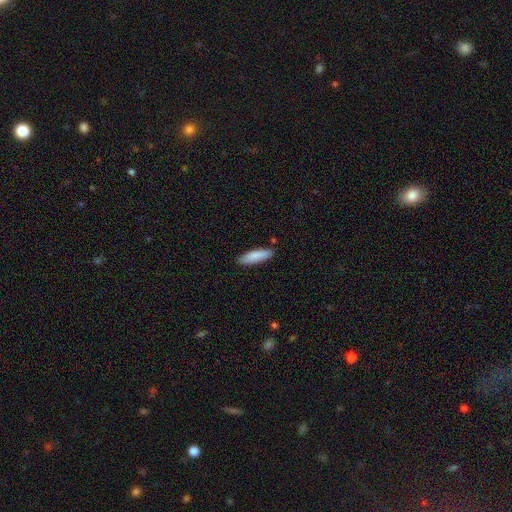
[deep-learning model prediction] Smooth or featured? Predicted: smooth (p=0.87). How rounded? Predicted: cigar-shaped (p=0.60). Merging? Predicted: none (p=0.87).